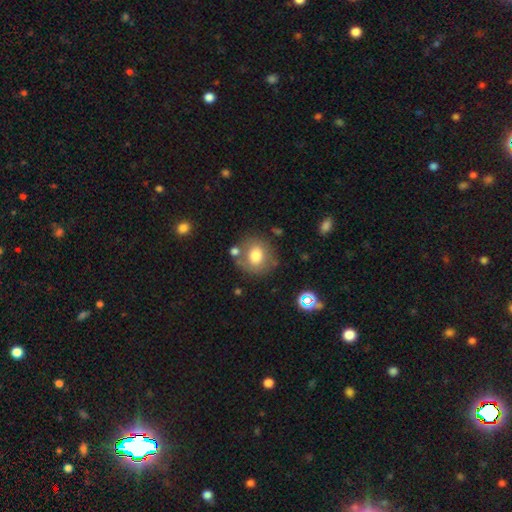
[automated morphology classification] Smooth or featured? Predicted: smooth (p=0.74). How rounded? Predicted: round (p=0.81). Merging? Predicted: none (p=0.72).